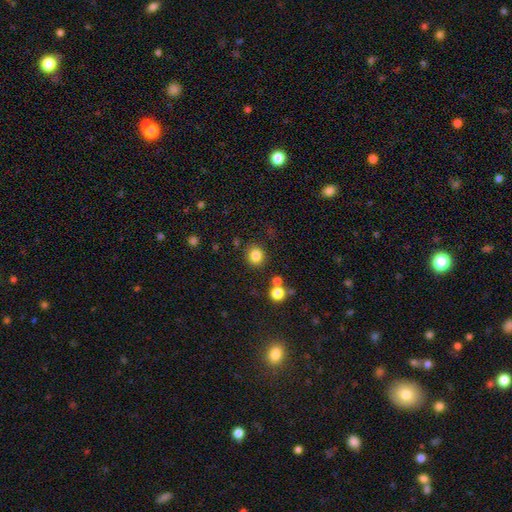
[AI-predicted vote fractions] This appears to be a smooth galaxy with no disk features (83%) that is round (83%). Merging: none (85%).